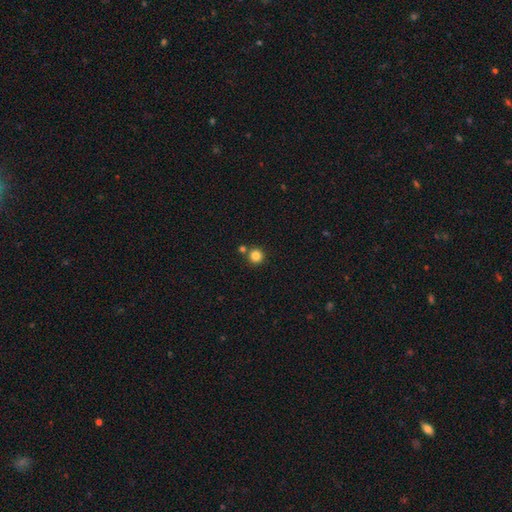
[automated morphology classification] Q: Smooth or featured?
A: smooth (83%); runner-up: star or artifact (12%)
Q: How rounded?
A: round (94%); runner-up: in between (5%)
Q: Merging?
A: none (77%); runner-up: merger (14%)